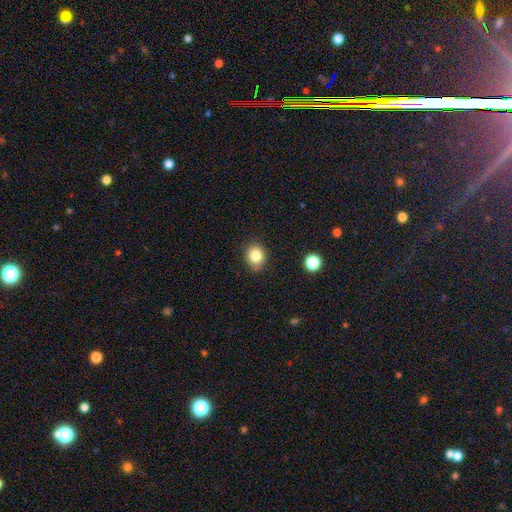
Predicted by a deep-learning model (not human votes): This is clearly a smooth galaxy (83%). How rounded: likely round (76%). Merging: clearly none (83%).